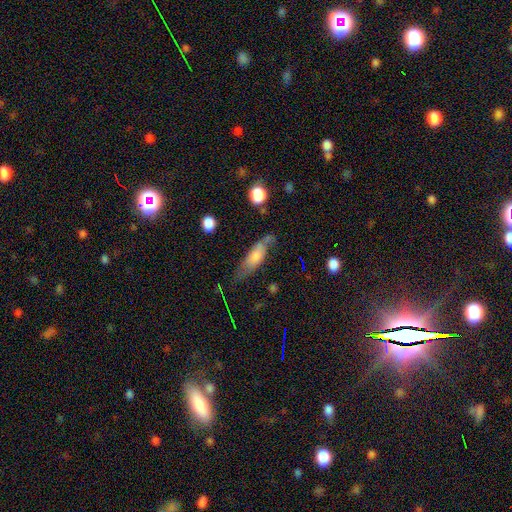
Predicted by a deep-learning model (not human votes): The model was most divided on "how rounded": cigar-shaped: 49%, in between: 48%, round: 3%. More confident: smooth or featured — smooth (61%); merging — none (53%).